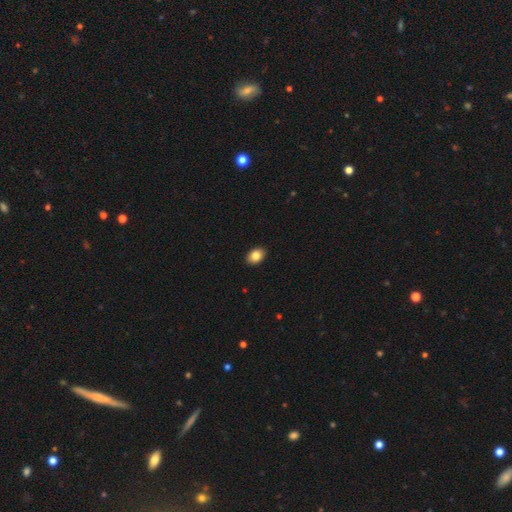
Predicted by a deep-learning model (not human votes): A smooth galaxy with no disk features (85%) that is in between round and cigar-shaped (76%). Merging: none (91%).